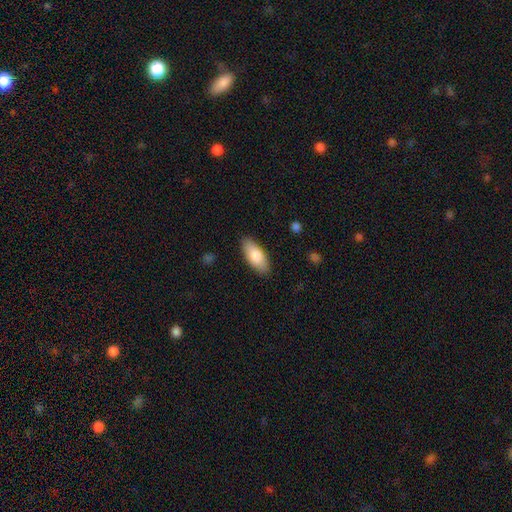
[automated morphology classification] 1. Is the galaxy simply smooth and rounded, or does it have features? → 80% smooth, 14% featured or disk, 6% star or artifact.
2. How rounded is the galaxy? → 84% in between, 14% cigar-shaped, 2% round.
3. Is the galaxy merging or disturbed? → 88% none, 9% minor disturbance, 2% major disturbance, 1% merger.